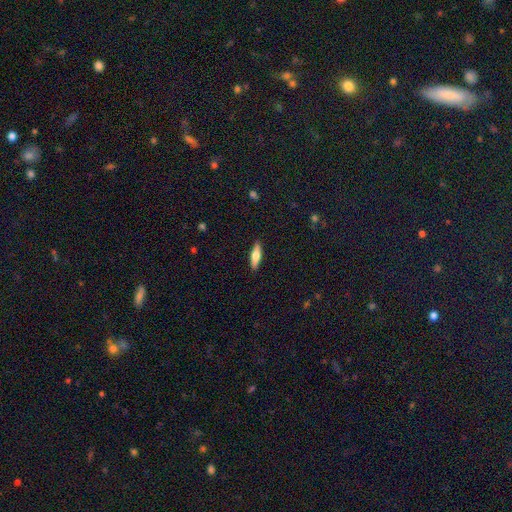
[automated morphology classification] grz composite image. It shows a smooth galaxy with no disk features (60%) that is cigar-shaped (62%). Merging: none (90%).